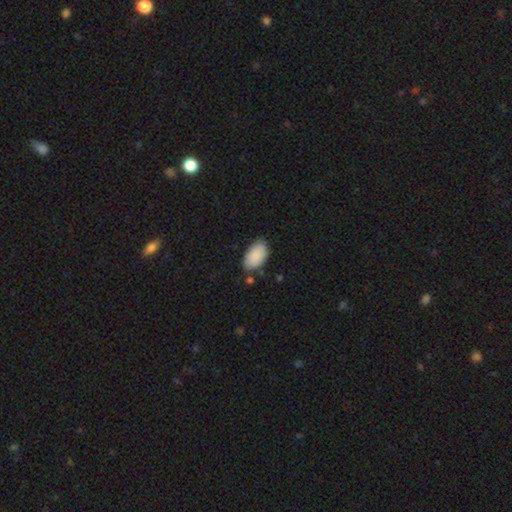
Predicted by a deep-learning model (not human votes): A smooth galaxy with no disk features (90%) that is in between round and cigar-shaped (95%).

Vote fractions:
- Smooth or featured? smooth: 90% / star or artifact: 6% / featured or disk: 4%
- How rounded? in between: 95% / round: 3% / cigar-shaped: 2%
- Merging? none: 79% / minor disturbance: 15% / merger: 4% / major disturbance: 3%